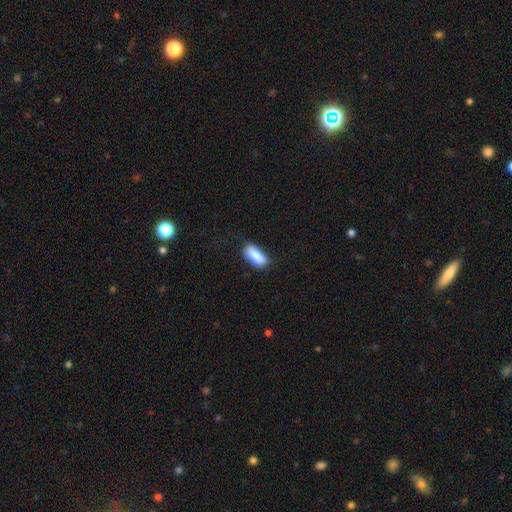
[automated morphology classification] The model was most divided on "merging": none: 77%, minor disturbance: 18%, major disturbance: 4%, merger: 1%. More confident: smooth or featured — smooth (88%); how rounded — in between (84%).